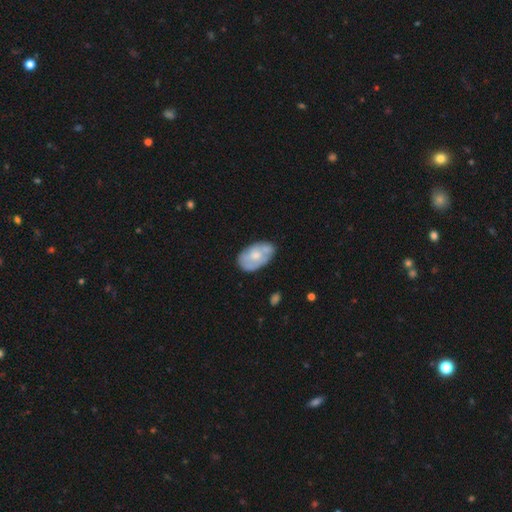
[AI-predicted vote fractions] Smooth or featured?
  - smooth: 47% * (tied)
  - featured or disk: 47% * (tied)
  - star or artifact: 6%
Merging?
  - none: 61% *
  - minor disturbance: 26%
  - major disturbance: 7%
  - merger: 5%